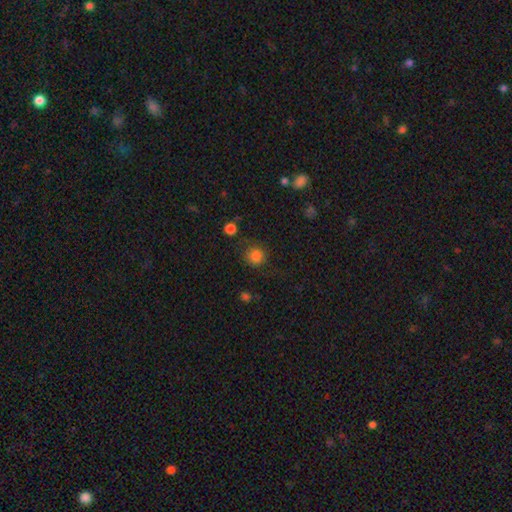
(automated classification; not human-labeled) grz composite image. It shows a smooth galaxy with no disk features (83%) that is round (91%). Merging: none (80%).